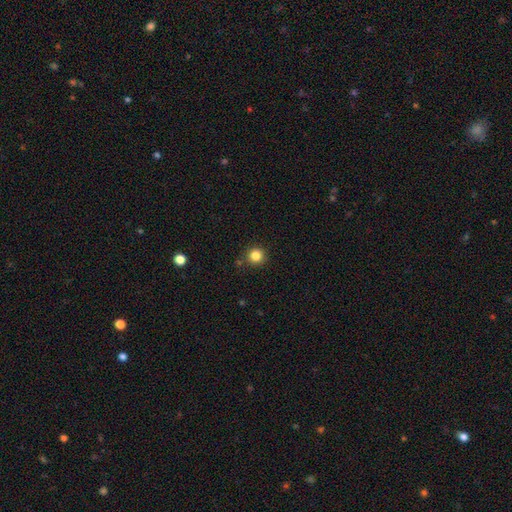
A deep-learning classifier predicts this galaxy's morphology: type=smooth (84%); roundness=round (94%); merging=none (86%).